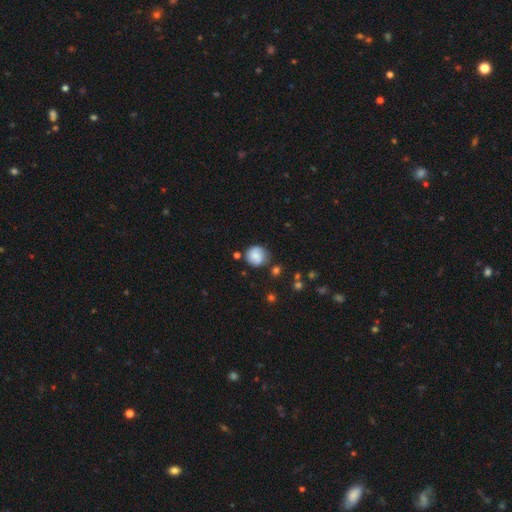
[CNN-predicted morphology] The model was most divided on "smooth or featured": smooth: 67%, featured or disk: 25%, star or artifact: 8%. More confident: how rounded — round (88%); merging — none (70%).